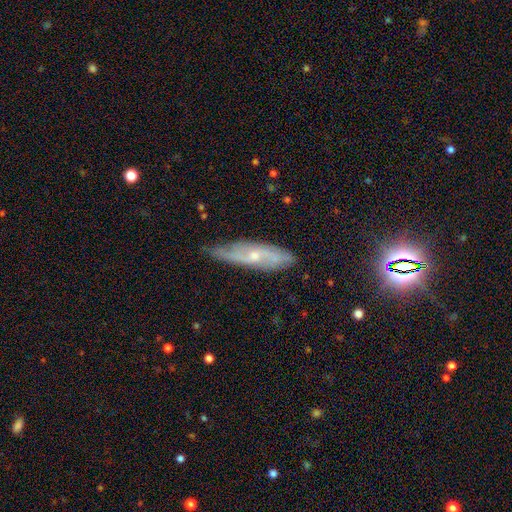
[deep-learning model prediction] smooth_or_featured: featured or disk (p=0.68) [alt: smooth p=0.23]
disk_edge_on: no (p=0.67) [alt: yes p=0.33]
merging: none (p=0.68) [alt: minor disturbance p=0.26]